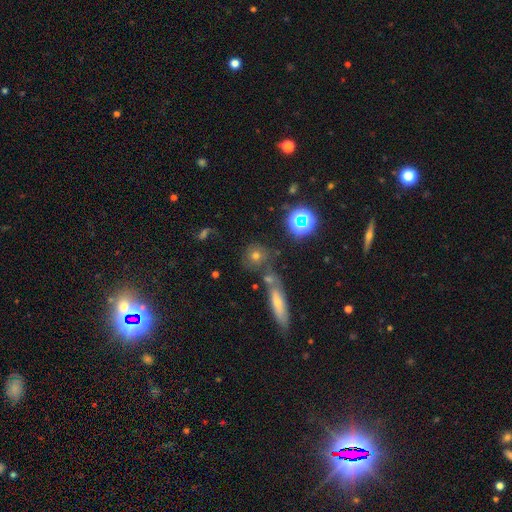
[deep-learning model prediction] This is possibly a smooth galaxy (60%). How rounded: clearly round (82%). Merging: likely none (64%).